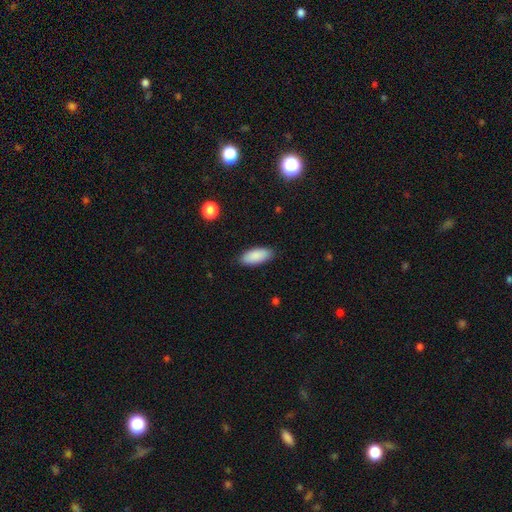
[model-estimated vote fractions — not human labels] Overall: smooth (89%). How rounded: in between (86%). Merging: none (87%).